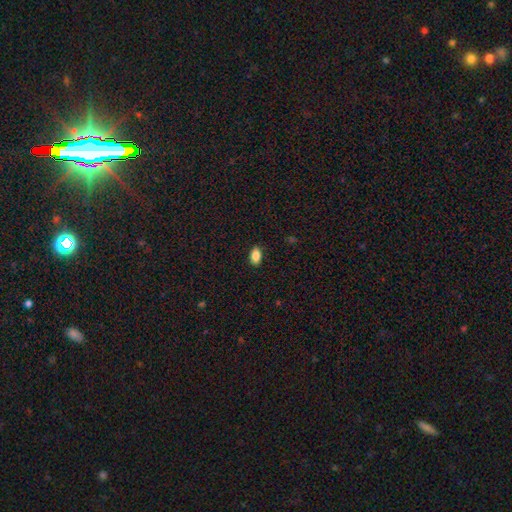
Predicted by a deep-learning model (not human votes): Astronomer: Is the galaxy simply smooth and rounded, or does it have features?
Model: smooth — 86%.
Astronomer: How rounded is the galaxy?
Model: in between — 89%.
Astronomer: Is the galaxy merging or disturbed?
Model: none — 87%.